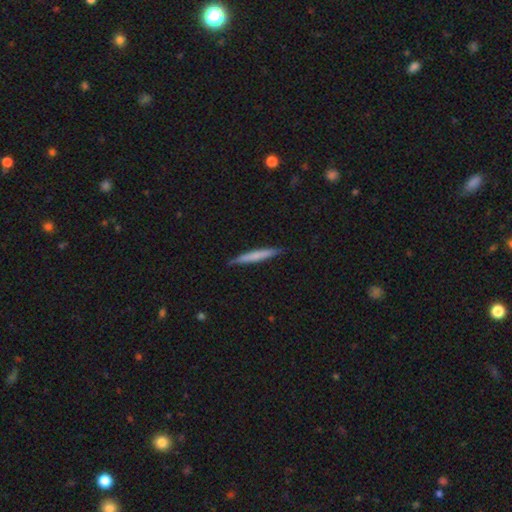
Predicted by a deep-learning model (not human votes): Morphology: type=smooth (64%); roundness=cigar-shaped (96%); merging=none (88%).